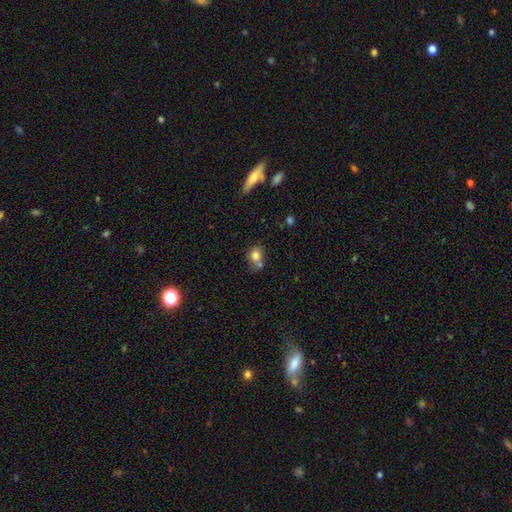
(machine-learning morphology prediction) Overall: smooth (79%). How rounded: round (67%; in between 32%). Merging: none (47%; merger 30%).